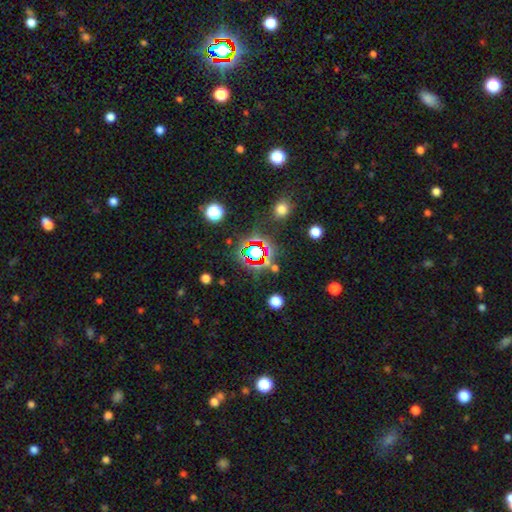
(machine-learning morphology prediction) Smooth or featured?
  - star or artifact: 66% *
  - smooth: 22%
  - featured or disk: 12%